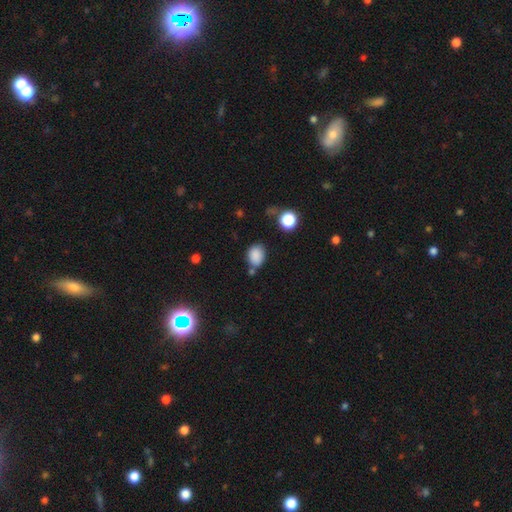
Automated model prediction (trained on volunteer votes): Q: Smooth or featured?
A: smooth (85%); runner-up: star or artifact (10%)
Q: How rounded?
A: in between (59%); runner-up: round (40%)
Q: Merging?
A: none (68%); runner-up: minor disturbance (17%)